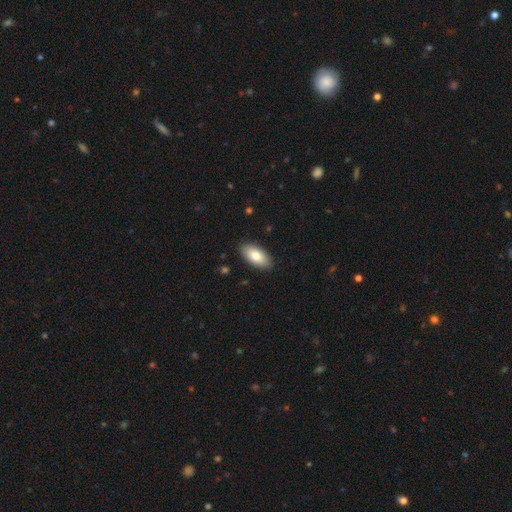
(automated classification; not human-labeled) The model was most divided on "smooth or featured": smooth: 81%, featured or disk: 13%, star or artifact: 6%. More confident: how rounded — in between (94%); merging — none (89%).